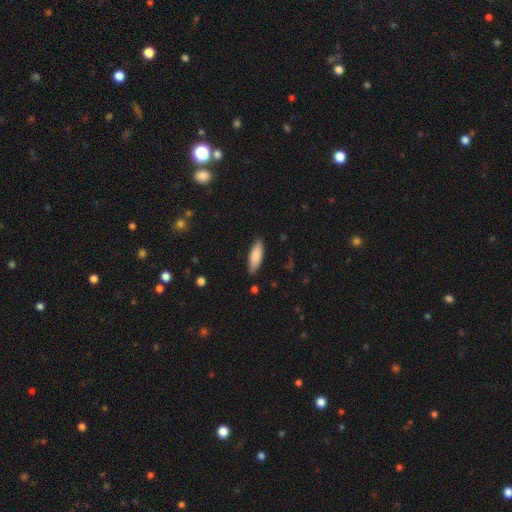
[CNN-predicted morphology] The model was most divided on "how rounded": in between: 56%, cigar-shaped: 42%, round: 2%. More confident: merging — none (86%); smooth or featured — smooth (84%).